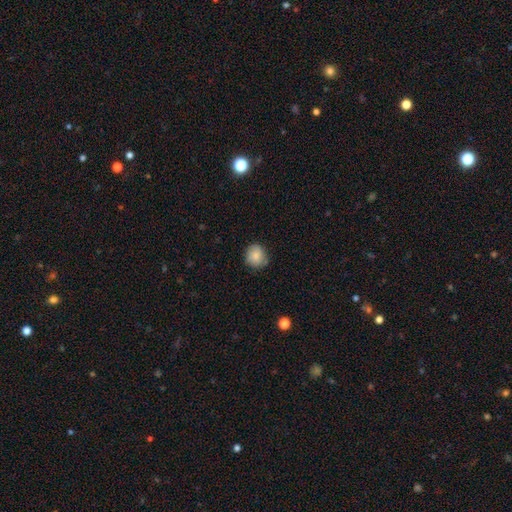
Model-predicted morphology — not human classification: Smooth or featured? smooth (85%)
How rounded? round (86%)
Merging? none (81%)